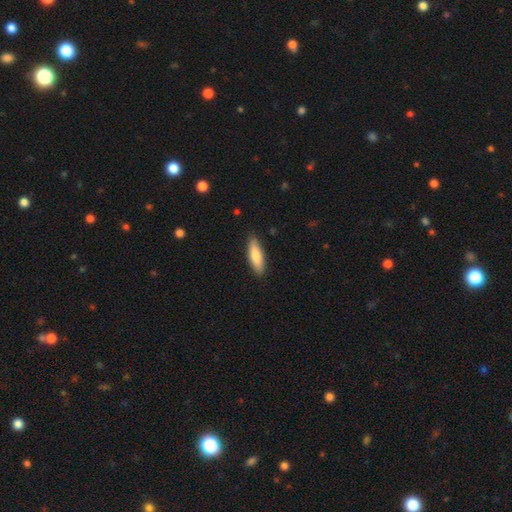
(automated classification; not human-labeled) Smooth or featured?
  - smooth: 78% *
  - featured or disk: 17%
  - star or artifact: 5%
How rounded?
  - cigar-shaped: 56% *
  - in between: 42%
  - round: 2%
Merging?
  - none: 86% *
  - minor disturbance: 11%
  - major disturbance: 2%
  - merger: 1%